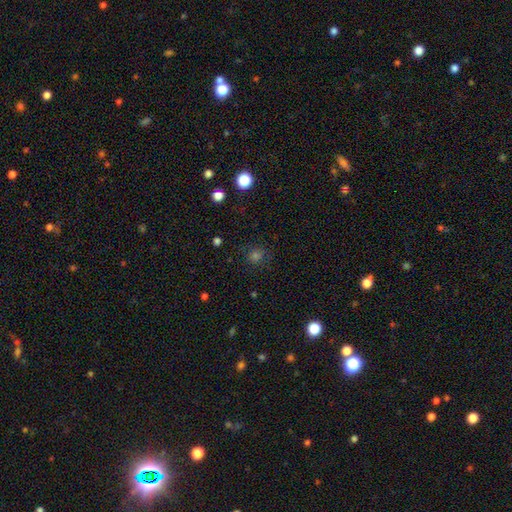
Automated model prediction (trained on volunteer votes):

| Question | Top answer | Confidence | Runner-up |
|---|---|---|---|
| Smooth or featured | smooth | 58% | star or artifact (32%) |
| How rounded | round | 84% | in between (14%) |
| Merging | none | 82% | minor disturbance (11%) |